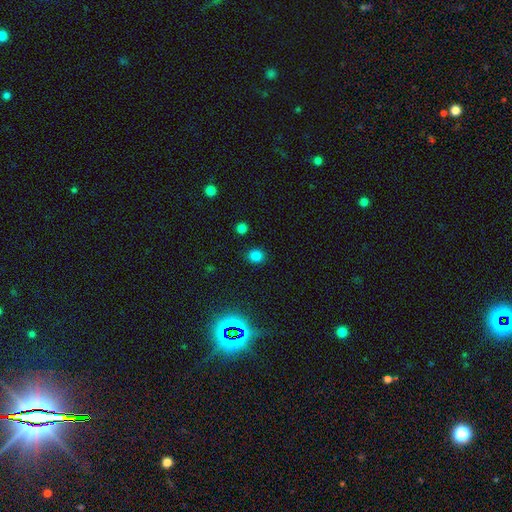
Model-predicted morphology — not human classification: type=smooth (80%); roundness=round (83%); merging=none (89%).